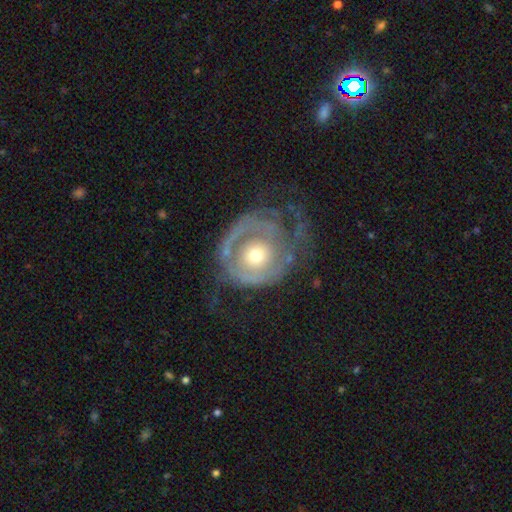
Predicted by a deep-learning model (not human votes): This appears to be a featured or disk galaxy (73%) with no bar (85%), spiral arms (69%) and a moderate central bulge (58%). Merging: none (42%).